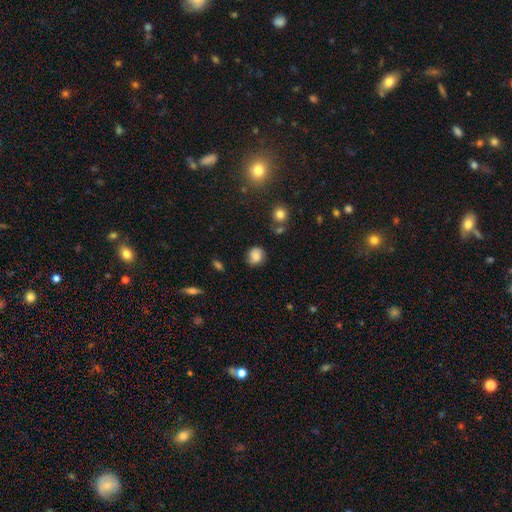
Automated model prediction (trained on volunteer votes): This is likely a smooth galaxy (77%). How rounded: likely round (73%). Merging: likely none (74%).